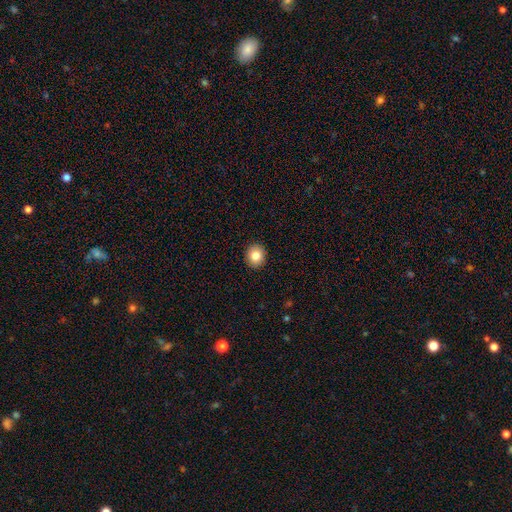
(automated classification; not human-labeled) Q: Smooth or featured?
A: smooth (83%); runner-up: star or artifact (9%)
Q: How rounded?
A: round (72%); runner-up: in between (27%)
Q: Merging?
A: none (92%); runner-up: minor disturbance (6%)